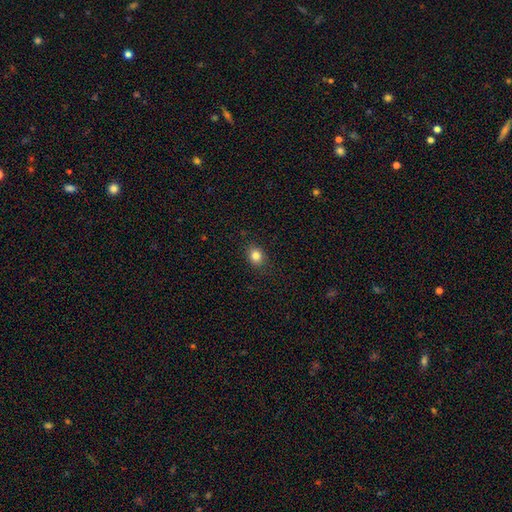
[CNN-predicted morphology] Q: Smooth or featured?
A: smooth (83%); runner-up: star or artifact (11%)
Q: How rounded?
A: round (61%); runner-up: in between (38%)
Q: Merging?
A: none (87%); runner-up: minor disturbance (9%)